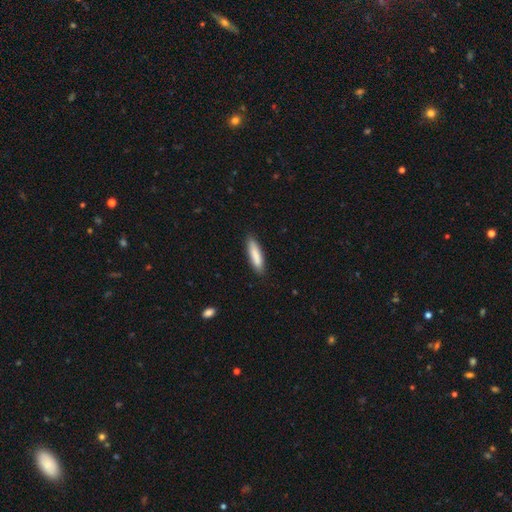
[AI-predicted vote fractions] Morphology: type=smooth (85%); roundness=cigar-shaped (72%); merging=none (86%).